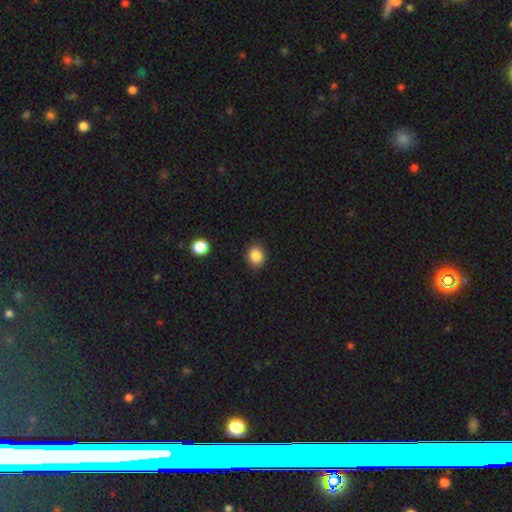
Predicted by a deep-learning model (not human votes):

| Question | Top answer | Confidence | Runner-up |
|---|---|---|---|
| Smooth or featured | smooth | 86% | star or artifact (10%) |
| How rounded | round | 64% | in between (35%) |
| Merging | none | 88% | minor disturbance (8%) |